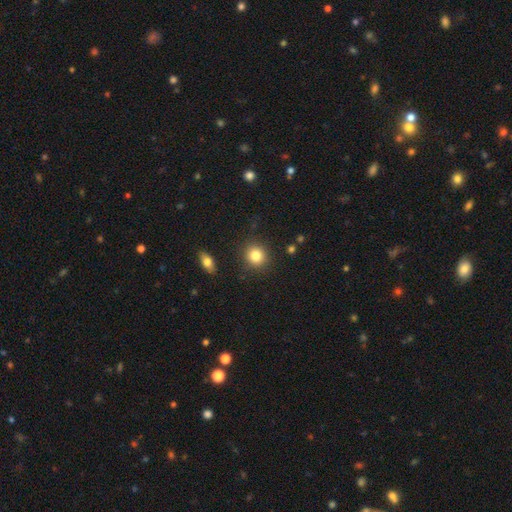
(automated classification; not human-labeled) Smooth or featured: smooth — 83% (star or artifact — 10%)
How rounded: round — 86% (in between — 13%)
Merging: none — 88% (minor disturbance — 7%)